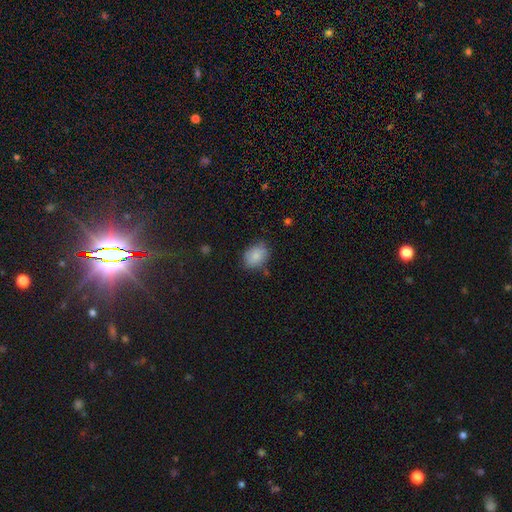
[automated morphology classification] Smooth or featured?
  - smooth: 84% *
  - featured or disk: 8%
  - star or artifact: 8%
How rounded?
  - in between: 66% *
  - round: 33%
  - cigar-shaped: 1%
Merging?
  - none: 74% *
  - minor disturbance: 19%
  - major disturbance: 4%
  - merger: 3%